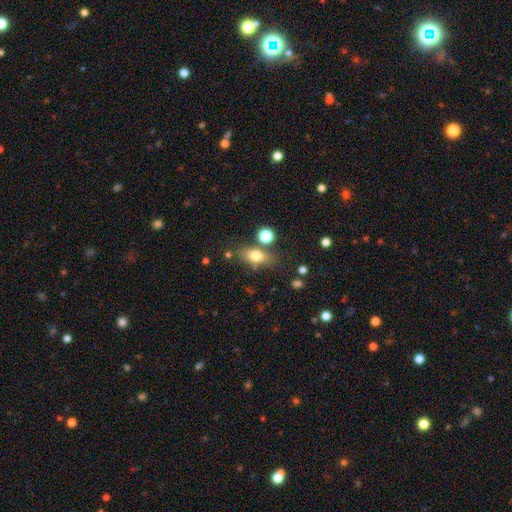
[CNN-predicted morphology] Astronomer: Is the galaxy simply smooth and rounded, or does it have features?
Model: smooth — 71%.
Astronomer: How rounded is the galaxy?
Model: in between — 71%.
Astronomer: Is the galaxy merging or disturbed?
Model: none — 69%.